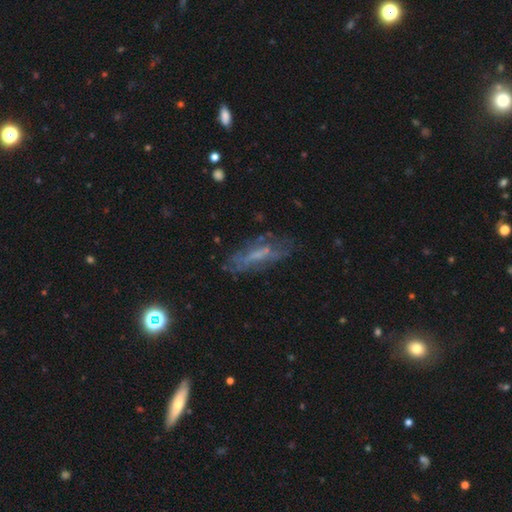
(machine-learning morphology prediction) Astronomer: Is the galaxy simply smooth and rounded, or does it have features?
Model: featured or disk — 55% (runner-up: smooth, 32%).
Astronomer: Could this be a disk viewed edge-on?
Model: no — 73%.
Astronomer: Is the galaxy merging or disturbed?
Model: none — 65%.